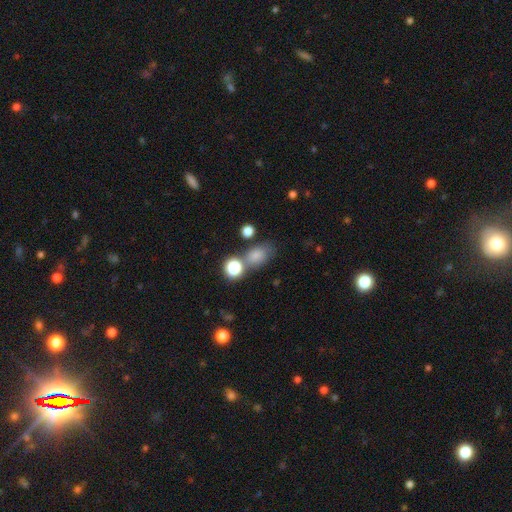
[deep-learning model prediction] This appears to be a smooth galaxy with no disk features (77%) that is in between round and cigar-shaped (70%). Merging: none (56%).